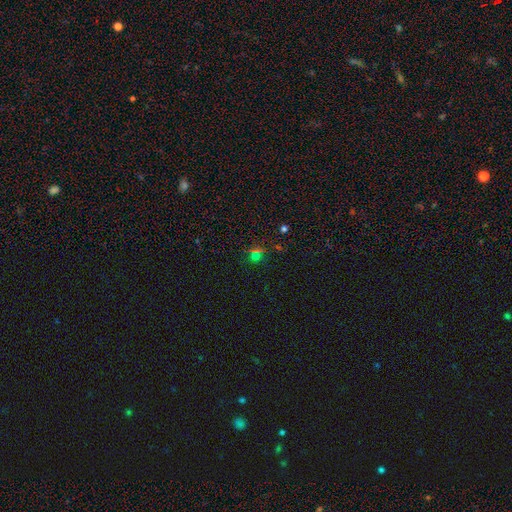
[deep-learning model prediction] Morphology: type=star or artifact (54%).